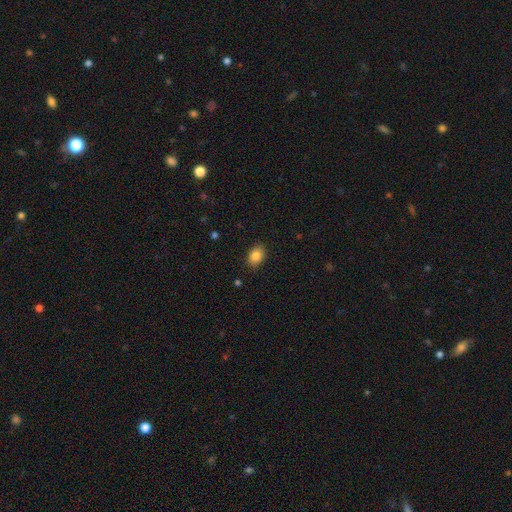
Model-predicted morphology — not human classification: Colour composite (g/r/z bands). It shows a smooth galaxy with no disk features (86%) that is in between round and cigar-shaped (77%). Merging: none (87%).